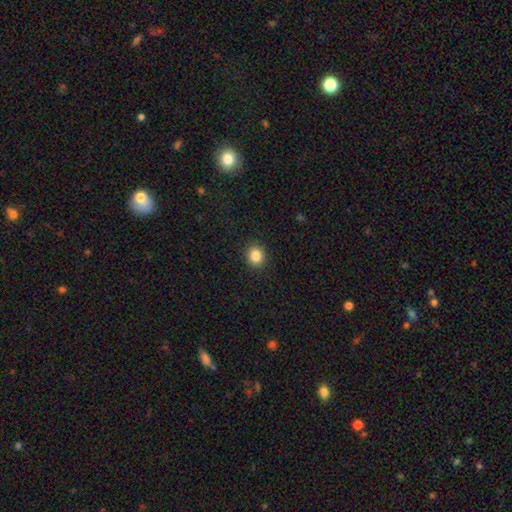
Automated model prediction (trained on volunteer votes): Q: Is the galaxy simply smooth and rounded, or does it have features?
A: smooth — 85%.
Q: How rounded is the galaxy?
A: round — 75%.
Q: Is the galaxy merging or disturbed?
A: none — 91%.